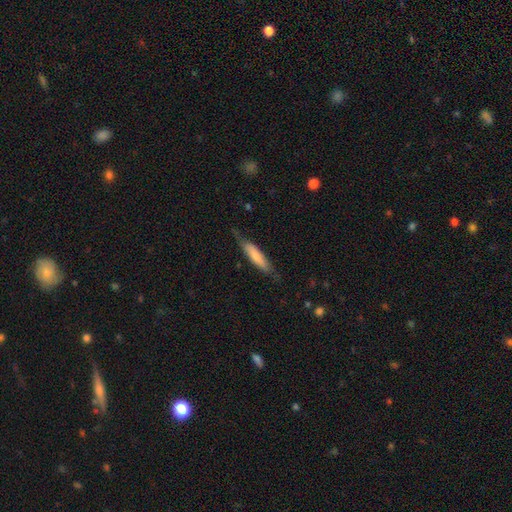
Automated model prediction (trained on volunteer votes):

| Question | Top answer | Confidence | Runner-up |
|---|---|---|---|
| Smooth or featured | smooth | 67% | featured or disk (28%) |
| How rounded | cigar-shaped | 79% | in between (19%) |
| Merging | none | 69% | minor disturbance (23%) |